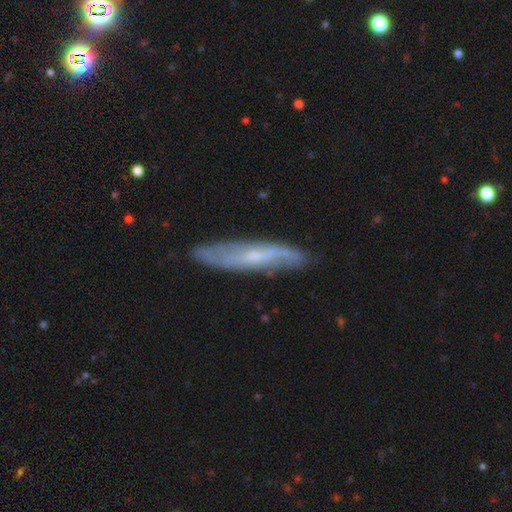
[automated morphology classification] featured or disk 68%, smooth 25%, star or artifact 7%. Down the decision tree: edge-on disk — no (54%); merging — none (78%).